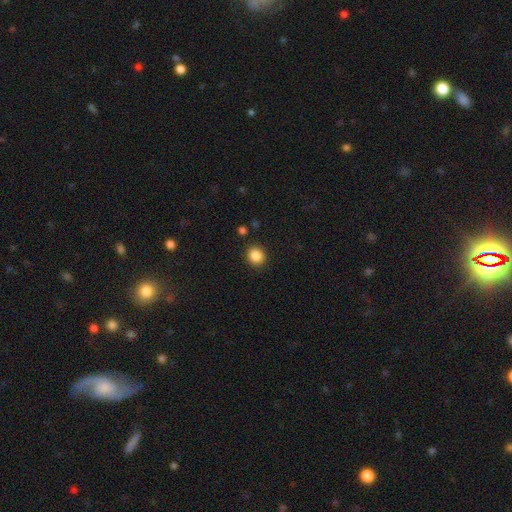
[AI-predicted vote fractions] Smooth or featured: smooth — 87% (star or artifact — 10%)
How rounded: round — 86% (in between — 13%)
Merging: none — 90% (minor disturbance — 6%)